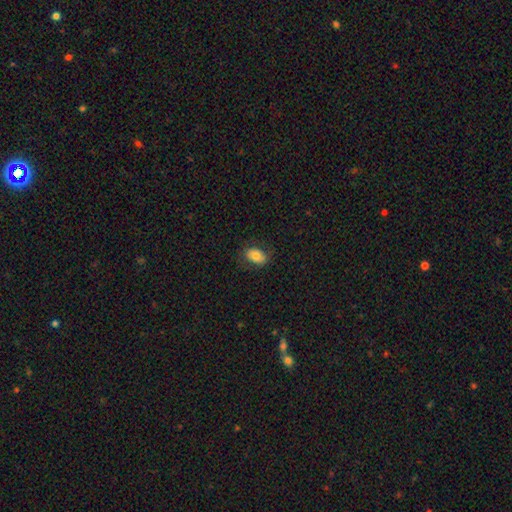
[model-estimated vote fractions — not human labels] Morphology: type=smooth (78%); roundness=in between (85%); merging=none (77%).